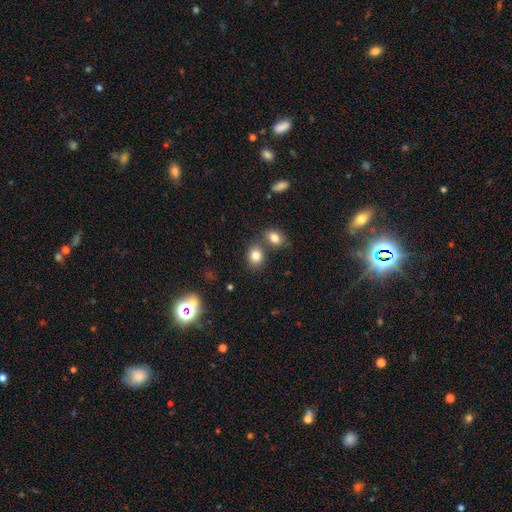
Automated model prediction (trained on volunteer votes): Smooth or featured? smooth (82%)
How rounded? in between (50%)
Merging? none (63%)